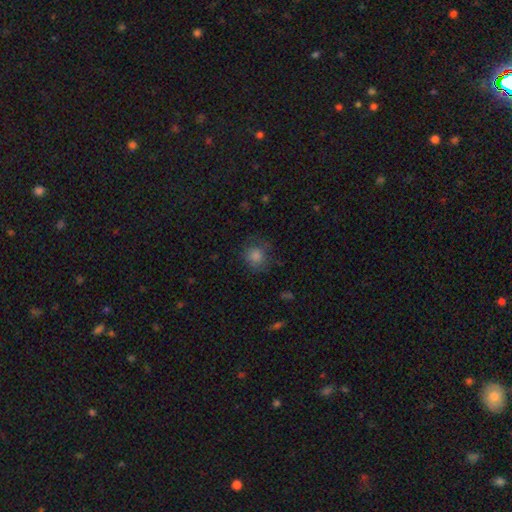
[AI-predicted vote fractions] Overall: smooth (79%). How rounded: round (85%). Merging: none (71%).